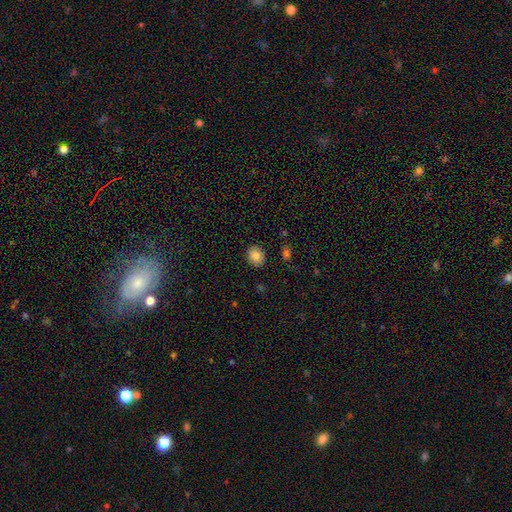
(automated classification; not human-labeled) smooth_or_featured: smooth (p=0.84) [alt: star or artifact p=0.09]
how_rounded: round (p=0.65) [alt: in between p=0.34]
merging: none (p=0.89) [alt: minor disturbance p=0.07]